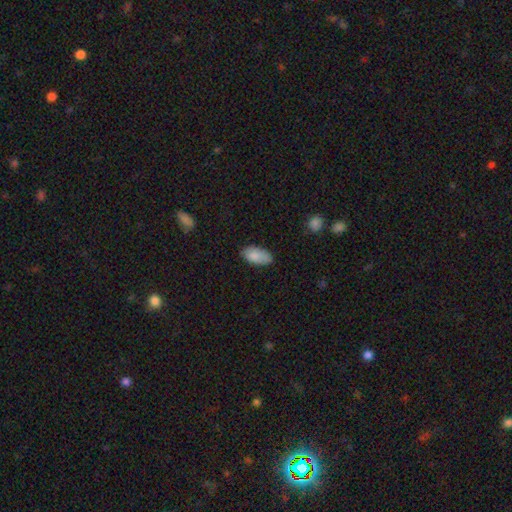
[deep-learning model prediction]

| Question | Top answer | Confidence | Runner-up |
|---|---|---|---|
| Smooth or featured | smooth | 85% | featured or disk (9%) |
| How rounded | in between | 94% | cigar-shaped (4%) |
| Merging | none | 74% | minor disturbance (21%) |